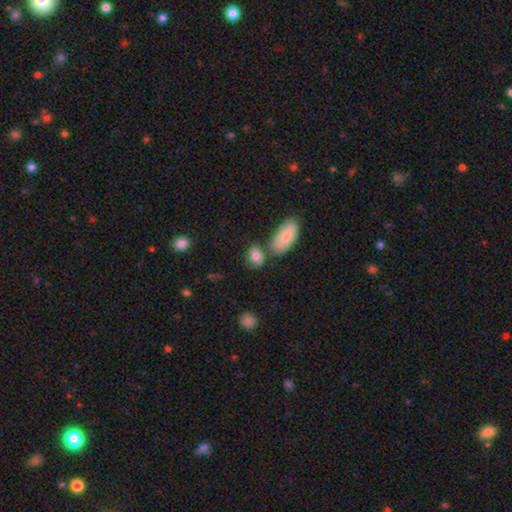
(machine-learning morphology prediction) The model was most divided on "merging": none: 58%, merger: 23%, minor disturbance: 15%, major disturbance: 5%. More confident: smooth or featured — smooth (81%); how rounded — in between (73%).